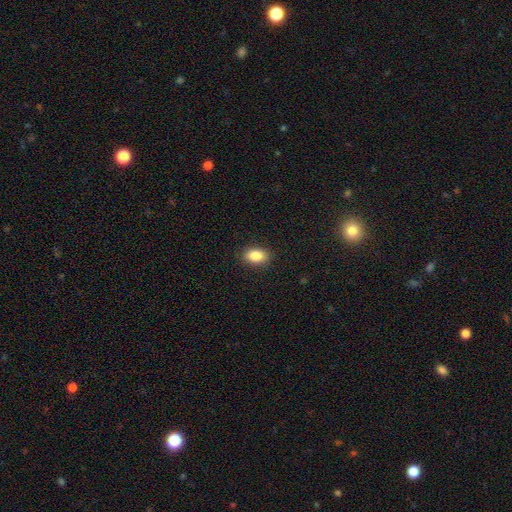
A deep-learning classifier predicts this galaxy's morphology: The model was most divided on "how rounded": in between: 86%, round: 12%, cigar-shaped: 2%. More confident: merging — none (89%); smooth or featured — smooth (86%).